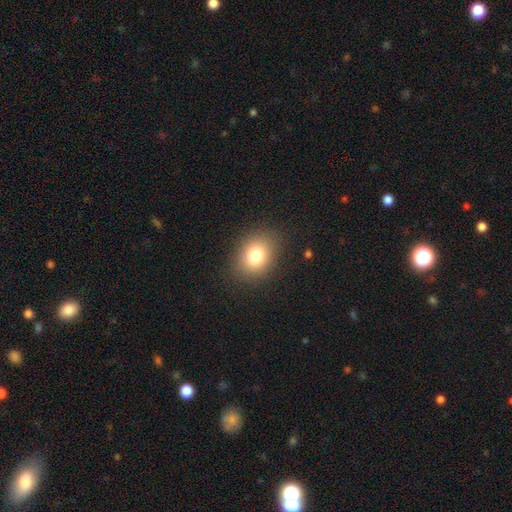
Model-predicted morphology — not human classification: Smooth or featured?
  - smooth: 79% *
  - star or artifact: 11%
  - featured or disk: 10%
How rounded?
  - in between: 57% *
  - round: 42%
  - cigar-shaped: 1%
Merging?
  - none: 85% *
  - minor disturbance: 10%
  - major disturbance: 4%
  - merger: 1%